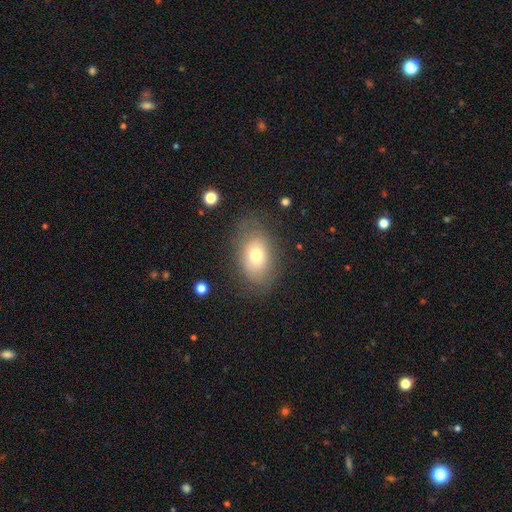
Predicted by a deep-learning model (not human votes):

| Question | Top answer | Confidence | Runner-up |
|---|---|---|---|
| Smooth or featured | smooth | 64% | featured or disk (25%) |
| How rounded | in between | 79% | round (20%) |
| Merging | none | 73% | minor disturbance (17%) |